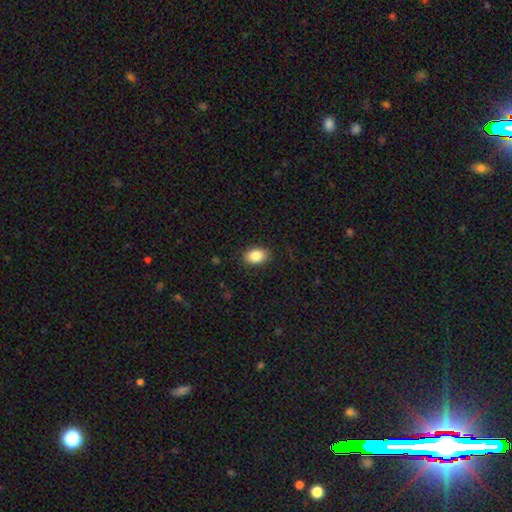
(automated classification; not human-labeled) A smooth galaxy with no disk features (85%) that is in between round and cigar-shaped (84%).

Vote fractions:
- Smooth or featured? smooth: 85% / star or artifact: 8% / featured or disk: 7%
- How rounded? in between: 84% / round: 15% / cigar-shaped: 1%
- Merging? none: 87% / minor disturbance: 9% / major disturbance: 2% / merger: 1%